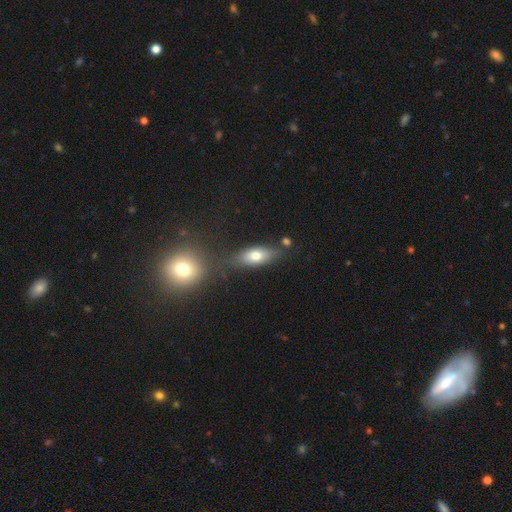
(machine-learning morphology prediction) smooth-or-featured: smooth: 73% | featured or disk: 18% | star or artifact: 10%
  how-rounded: in between: 78% | cigar-shaped: 16% | round: 6%
  merging: none: 68% | minor disturbance: 16% | merger: 10% | major disturbance: 5%